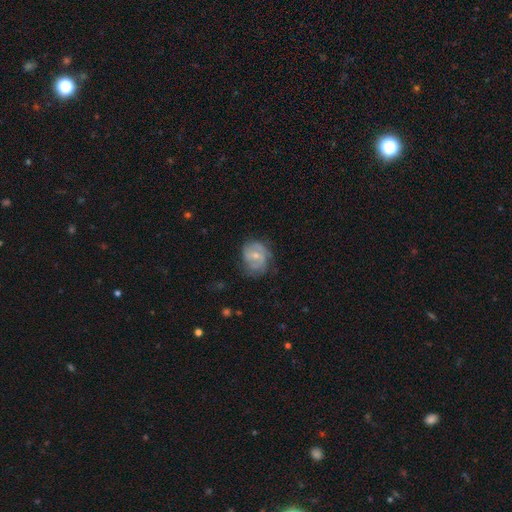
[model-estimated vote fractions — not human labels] A featured or disk galaxy (58%) with a weak bar (44%, tied with no), spiral arms (70%) and a small central bulge (51%). Merging: none (55%).